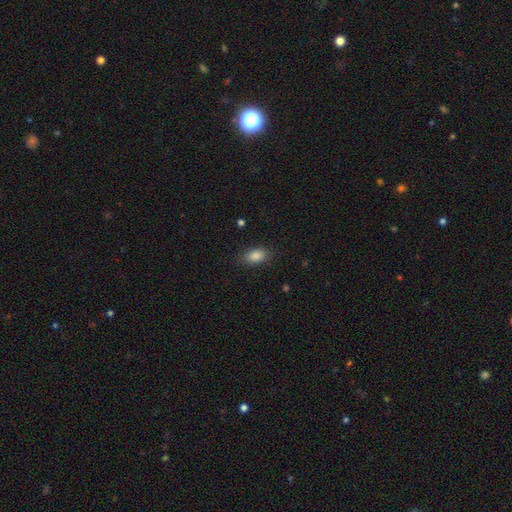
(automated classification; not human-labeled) A smooth galaxy with no disk features (86%) that is in between round and cigar-shaped (90%). Merging: none (85%).